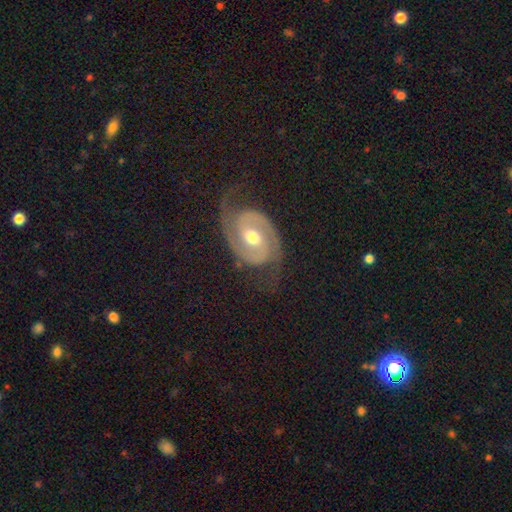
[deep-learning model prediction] Smooth or featured? Predicted: featured or disk (p=0.90). Edge-on disk? Predicted: no (p=0.98). Bar? Predicted: no (p=0.44). Spiral arms? Predicted: yes (p=0.98). Spiral winding? Predicted: medium (p=0.46). Spiral arm count? Predicted: 2 (p=0.93). Bulge size? Predicted: moderate (p=0.77). Merging? Predicted: none (p=0.77).